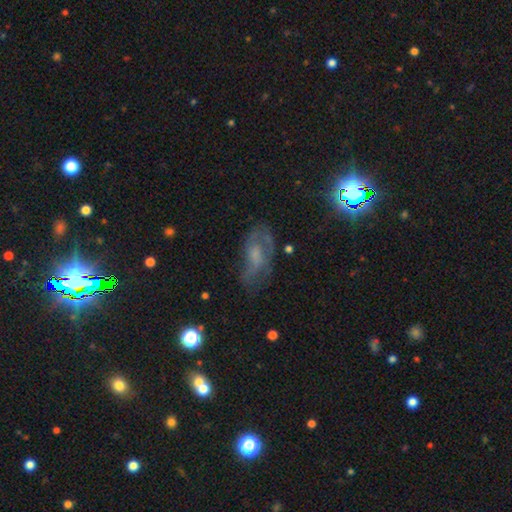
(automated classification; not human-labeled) Q: Smooth or featured?
A: featured or disk (53%); runner-up: smooth (30%)
Q: Edge-on disk?
A: no (92%); runner-up: yes (8%)
Q: Merging?
A: none (52%); runner-up: minor disturbance (25%)